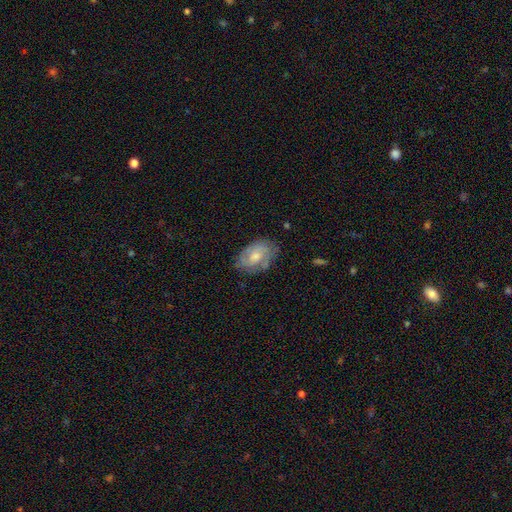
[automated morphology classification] smooth-or-featured: featured or disk: 56% | smooth: 38% | star or artifact: 7%
  disk-edge-on: no: 95% | yes: 5%
    bar: no: 65% | weak: 31% | strong: 5%
    has-spiral-arms: yes: 76% | no: 24%
    bulge-size: moderate: 57% | small: 34% | large: 5% | none: 3% | dominant: 1%
  merging: none: 69% | minor disturbance: 23% | major disturbance: 7% | merger: 2%